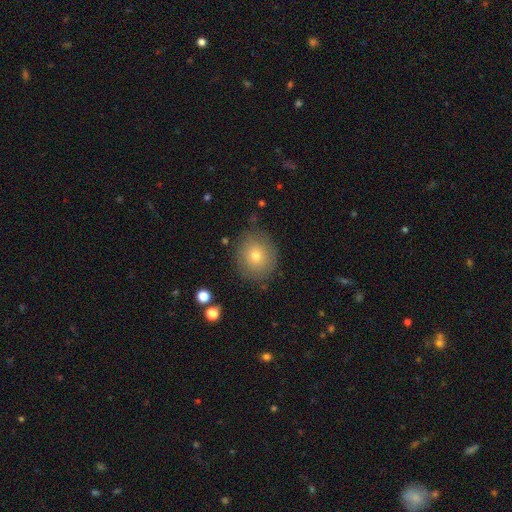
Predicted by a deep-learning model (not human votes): smooth_or_featured: smooth (p=0.72) [alt: featured or disk p=0.16]
how_rounded: round (p=0.82) [alt: in between p=0.17]
merging: none (p=0.82) [alt: minor disturbance p=0.12]